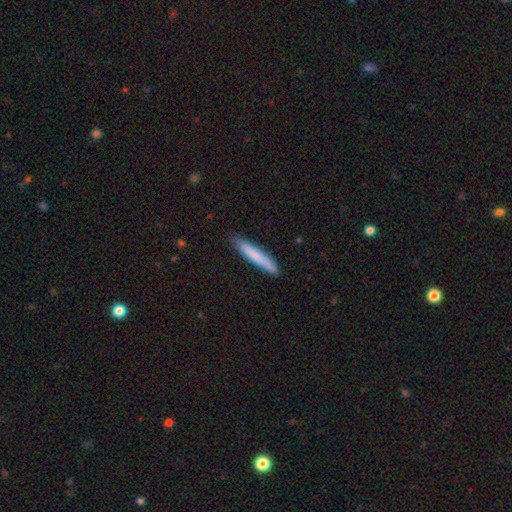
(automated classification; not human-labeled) Smooth or featured?
  - smooth: 77% *
  - featured or disk: 17%
  - star or artifact: 5%
How rounded?
  - cigar-shaped: 95% *
  - in between: 4%
  - round: 1%
Merging?
  - none: 88% *
  - minor disturbance: 9%
  - major disturbance: 1%
  - merger: 1%